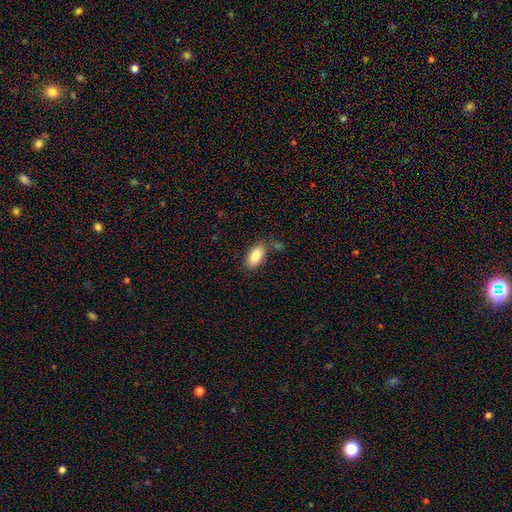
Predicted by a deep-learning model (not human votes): This appears to be a smooth galaxy with no disk features (85%) that is in between round and cigar-shaped (93%). Merging: none (75%).